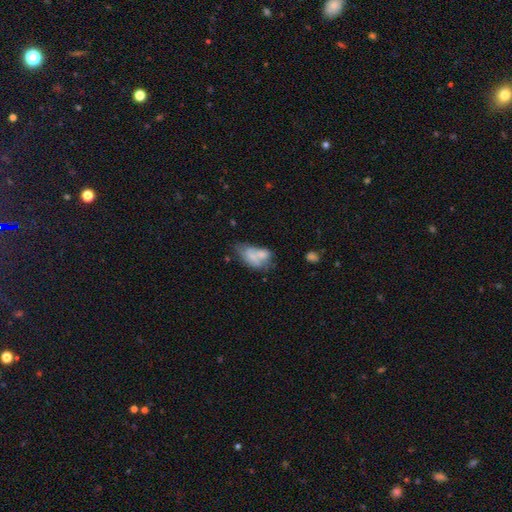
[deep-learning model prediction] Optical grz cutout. It shows a smooth galaxy with no disk features (61%) that is in between round and cigar-shaped (89%). Merging: merger (41%).